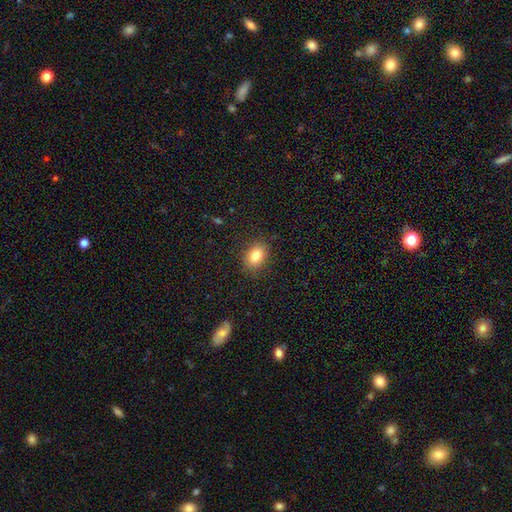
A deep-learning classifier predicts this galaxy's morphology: smooth 83%, star or artifact 9%, featured or disk 8%. Down the decision tree: how rounded — in between (70%); merging — none (86%).